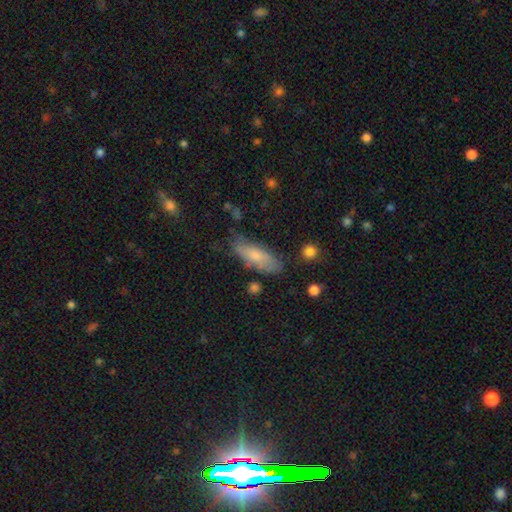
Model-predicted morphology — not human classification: smooth_or_featured: smooth (p=0.73) [alt: featured or disk p=0.20]
how_rounded: in between (p=0.63) [alt: cigar-shaped p=0.35]
merging: none (p=0.70) [alt: minor disturbance p=0.21]